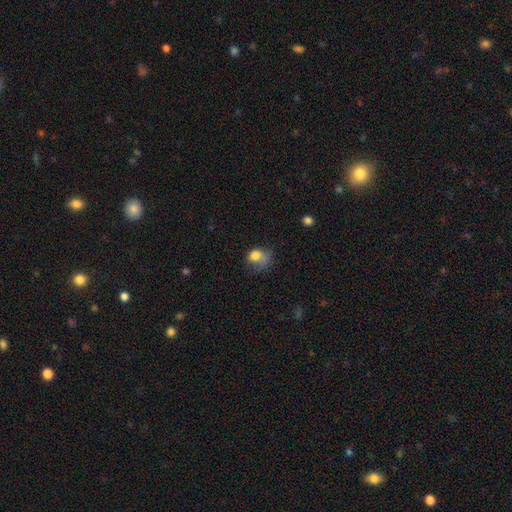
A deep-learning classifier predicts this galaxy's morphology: This appears to be a smooth galaxy with no disk features (76%) that is round (50%). Merging: major disturbance (33%).